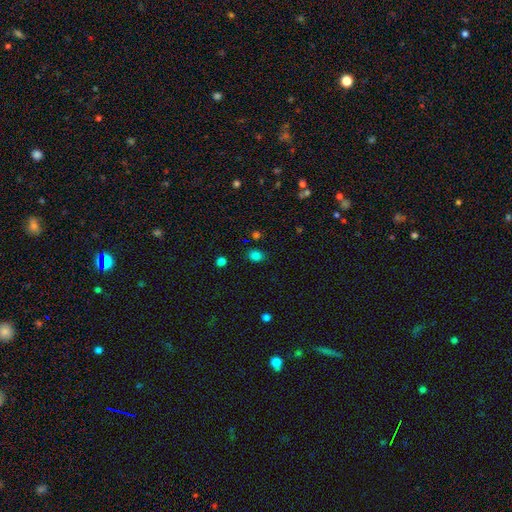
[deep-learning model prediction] smooth 79%, star or artifact 17%, featured or disk 4%. Down the decision tree: how rounded — in between (52%); merging — none (82%).